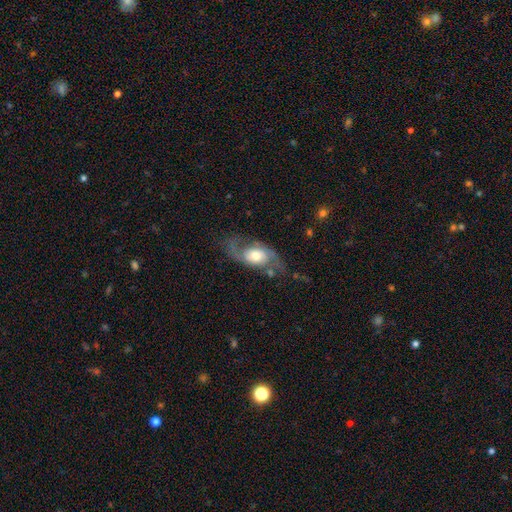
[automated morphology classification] smooth_or_featured: featured or disk (p=0.78) [alt: smooth p=0.16]
disk_edge_on: no (p=0.94) [alt: yes p=0.06]
bar: no (p=0.67) [alt: weak p=0.26]
has_spiral_arms: yes (p=0.90) [alt: no p=0.10]
spiral_winding: loose (p=0.48) [alt: medium p=0.41]
spiral_arm_count: 2 (p=0.90) [alt: can't tell p=0.04]
bulge_size: moderate (p=0.60) [alt: large p=0.20]
merging: none (p=0.63) [alt: minor disturbance p=0.19]